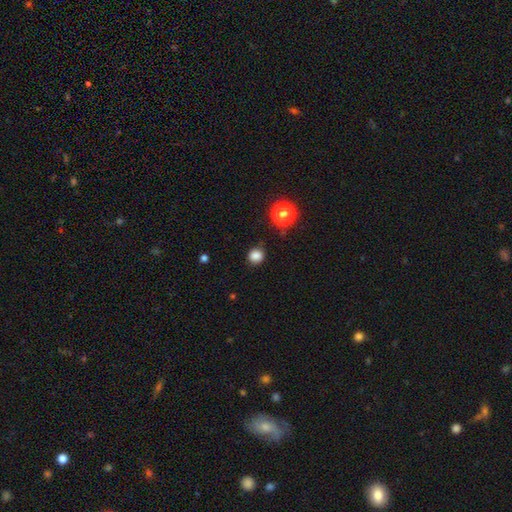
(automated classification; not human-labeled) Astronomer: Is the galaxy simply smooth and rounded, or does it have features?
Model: smooth — 83%.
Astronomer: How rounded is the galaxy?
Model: round — 79%.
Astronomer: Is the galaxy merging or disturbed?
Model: none — 83%.